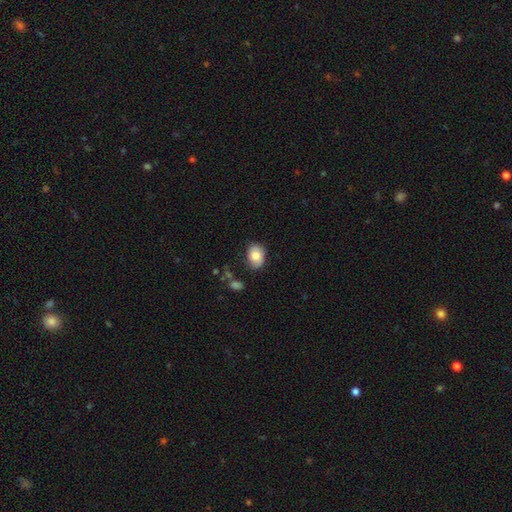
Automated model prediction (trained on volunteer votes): smooth_or_featured: smooth (p=0.80) [alt: featured or disk p=0.12]
how_rounded: in between (p=0.74) [alt: round p=0.25]
merging: none (p=0.79) [alt: minor disturbance p=0.16]